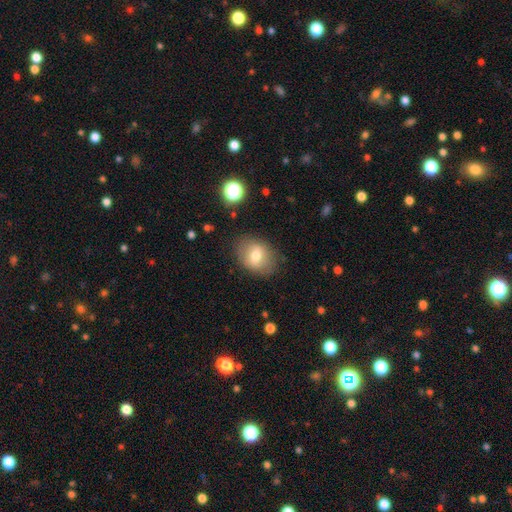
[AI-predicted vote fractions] Morphology: type=smooth (69%); roundness=in between (57%); merging=none (79%).